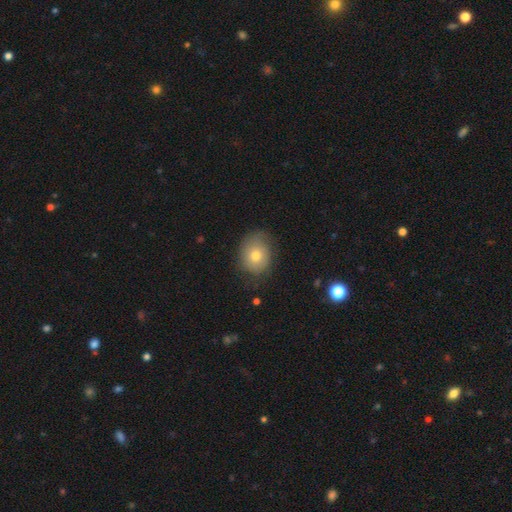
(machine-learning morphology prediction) A smooth galaxy with no disk features (69%) that is round (58%).

Vote fractions:
- Smooth or featured? smooth: 69% / featured or disk: 21% / star or artifact: 10%
- How rounded? round: 58% / in between: 41% / cigar-shaped: 1%
- Merging? none: 69% / minor disturbance: 23% / major disturbance: 7% / merger: 1%